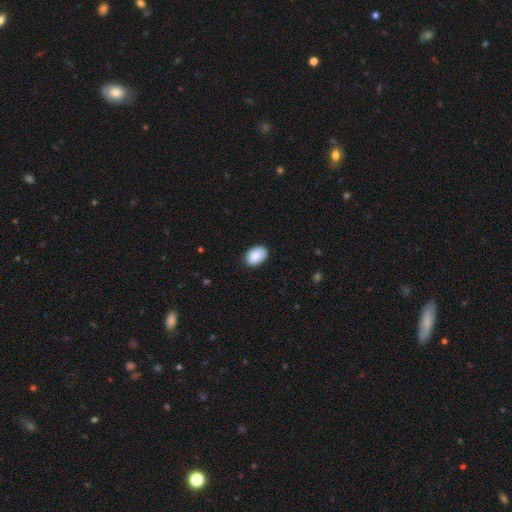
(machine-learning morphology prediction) Smooth or featured: smooth — 87% (star or artifact — 6%)
How rounded: in between — 88% (round — 11%)
Merging: none — 86% (minor disturbance — 11%)